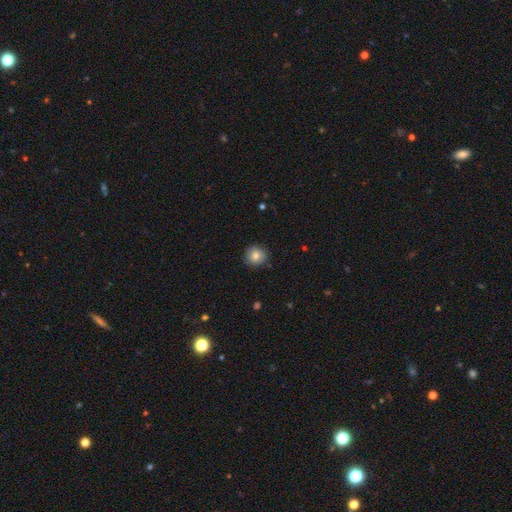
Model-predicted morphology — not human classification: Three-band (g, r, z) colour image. It shows a smooth galaxy with no disk features (81%) that is round (91%). Merging: none (89%).